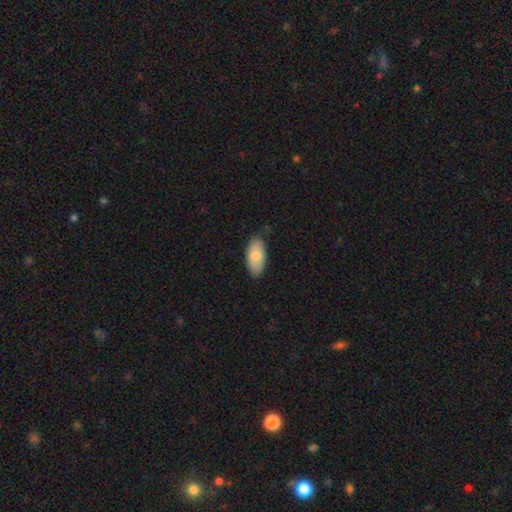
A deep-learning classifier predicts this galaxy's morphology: This is clearly a smooth galaxy (80%). How rounded: clearly in between (92%). Merging: likely none (79%).